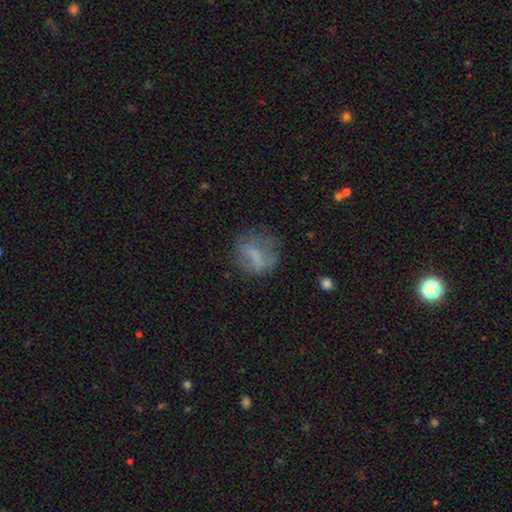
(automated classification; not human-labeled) This is possibly a smooth galaxy (57%). How rounded: possibly round (58%). Merging: possibly none (57%).